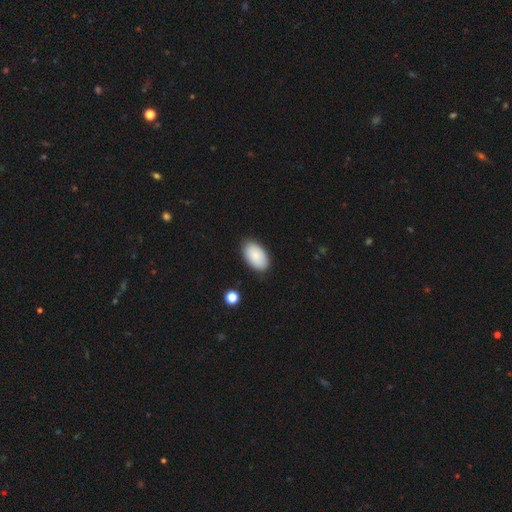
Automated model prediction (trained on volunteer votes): Smooth or featured: smooth — 88% (featured or disk — 6%)
How rounded: in between — 95% (round — 3%)
Merging: none — 87% (minor disturbance — 10%)